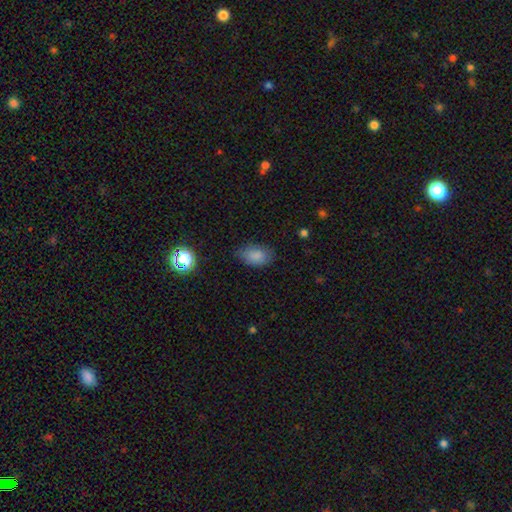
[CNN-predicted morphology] Smooth or featured?
  - smooth: 84% *
  - star or artifact: 9%
  - featured or disk: 6%
How rounded?
  - in between: 89% *
  - round: 10%
  - cigar-shaped: 2%
Merging?
  - none: 74% *
  - minor disturbance: 20%
  - major disturbance: 5%
  - merger: 1%